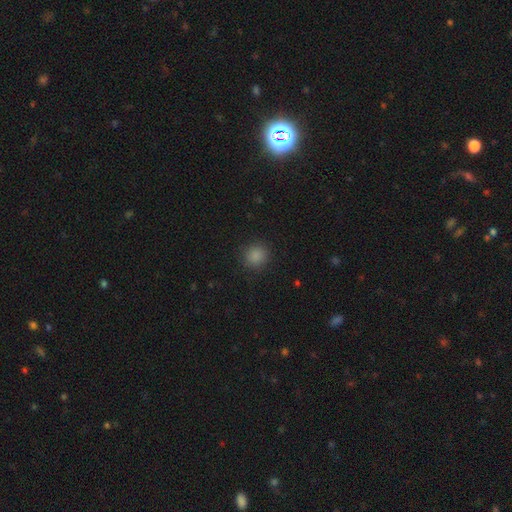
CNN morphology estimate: Smooth or featured: smooth — 86% (star or artifact — 11%)
How rounded: round — 88% (in between — 11%)
Merging: none — 89% (minor disturbance — 7%)